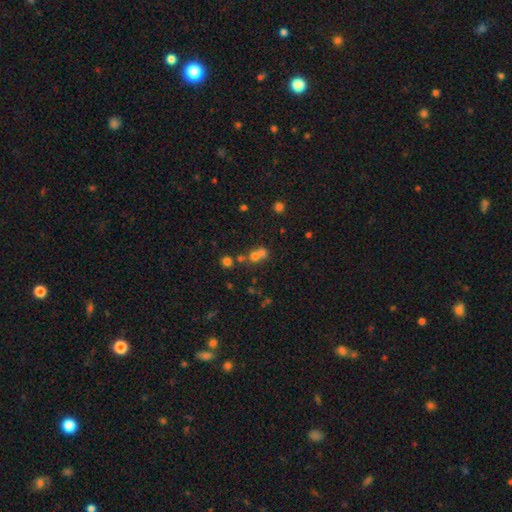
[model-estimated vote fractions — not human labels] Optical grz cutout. It shows a smooth galaxy with no disk features (61%) that is round (73%). Merging: merger (56%).